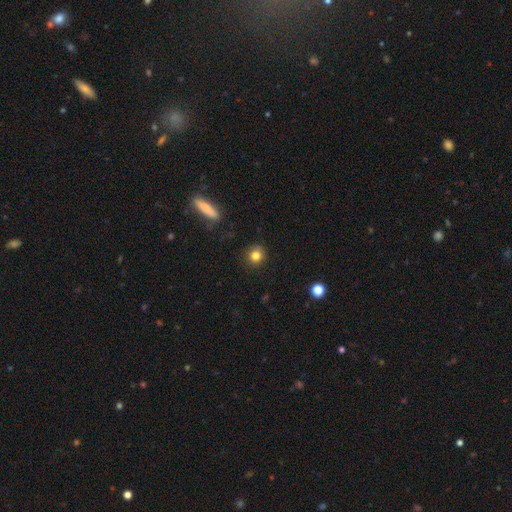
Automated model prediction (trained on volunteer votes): smooth-or-featured: smooth: 82% | star or artifact: 11% | featured or disk: 7%
  how-rounded: round: 87% | in between: 11% | cigar-shaped: 1%
  merging: none: 87% | minor disturbance: 9% | major disturbance: 3% | merger: 1%